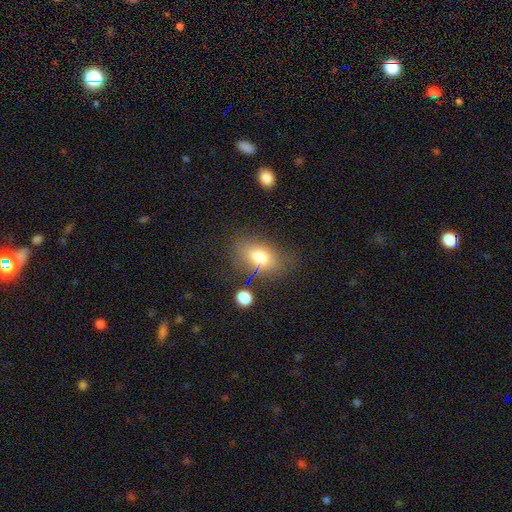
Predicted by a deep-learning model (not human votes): smooth-or-featured: smooth: 72% | star or artifact: 15% | featured or disk: 13%
  how-rounded: in between: 79% | round: 18% | cigar-shaped: 3%
  merging: none: 79% | minor disturbance: 14% | major disturbance: 4% | merger: 4%